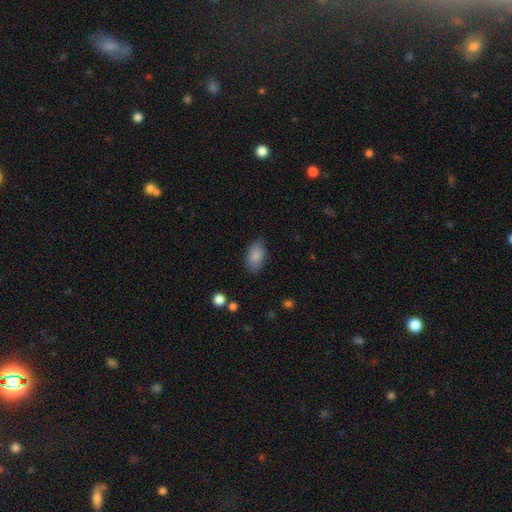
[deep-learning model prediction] smooth_or_featured: smooth (p=0.87) [alt: star or artifact p=0.07]
how_rounded: in between (p=0.92) [alt: round p=0.07]
merging: none (p=0.82) [alt: minor disturbance p=0.14]